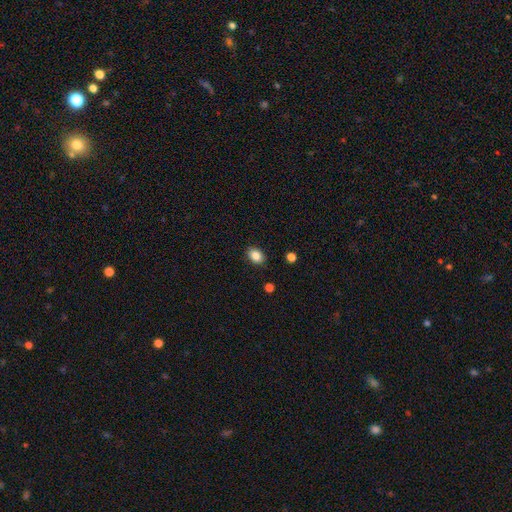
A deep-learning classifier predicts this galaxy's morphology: smooth_or_featured: smooth (p=0.86) [alt: star or artifact p=0.09]
how_rounded: in between (p=0.75) [alt: round p=0.24]
merging: none (p=0.88) [alt: minor disturbance p=0.09]